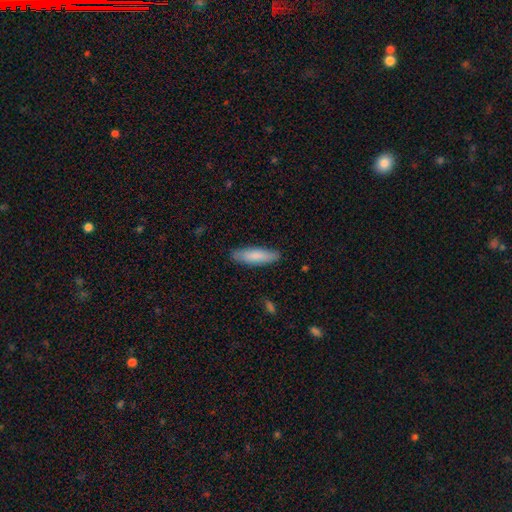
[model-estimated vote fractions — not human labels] This appears to be a smooth galaxy with no disk features (83%) that is cigar-shaped (57%). Merging: none (85%).